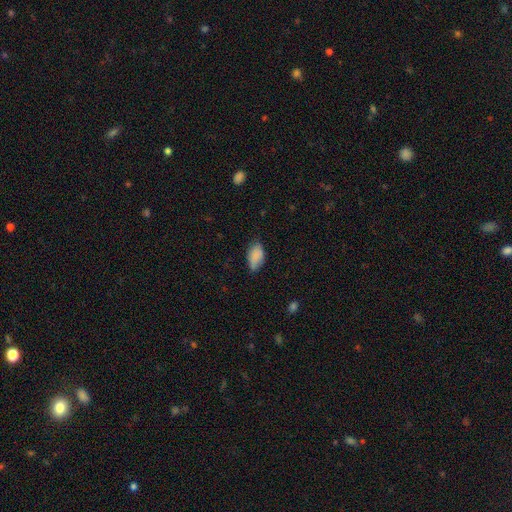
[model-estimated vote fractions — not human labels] A smooth galaxy with no disk features (85%) that is in between round and cigar-shaped (93%).

Vote fractions:
- Smooth or featured? smooth: 85% / star or artifact: 8% / featured or disk: 7%
- How rounded? in between: 93% / round: 4% / cigar-shaped: 3%
- Merging? none: 64% / minor disturbance: 29% / major disturbance: 6% / merger: 1%